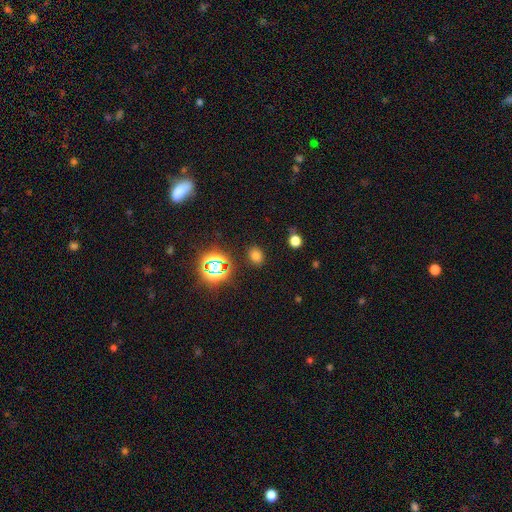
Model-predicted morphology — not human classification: A smooth galaxy with no disk features (69%) that is round (51%). Merging: none (86%).